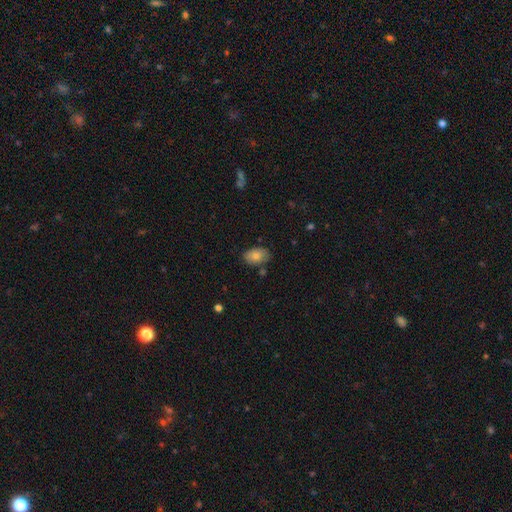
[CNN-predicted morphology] smooth-or-featured: smooth: 77% | featured or disk: 15% | star or artifact: 8%
  how-rounded: in between: 87% | round: 12% | cigar-shaped: 1%
  merging: none: 79% | minor disturbance: 15% | merger: 3% | major disturbance: 3%